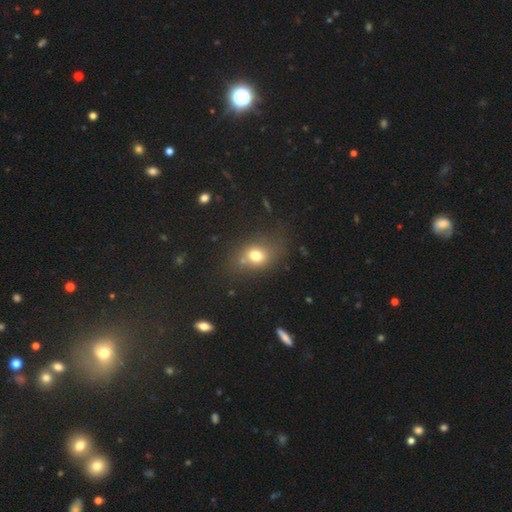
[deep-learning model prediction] Morphology: type=smooth (72%); roundness=in between (52%); merging=none (64%).